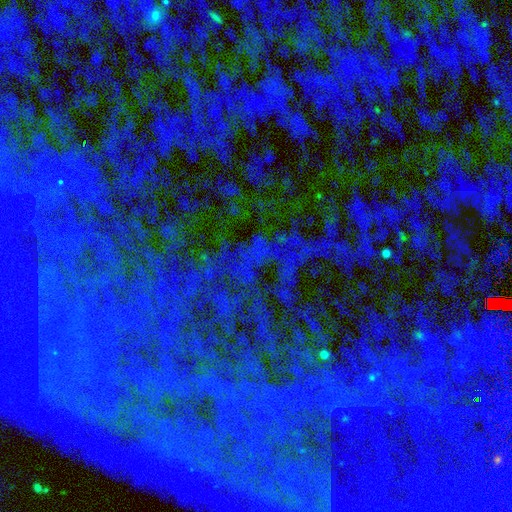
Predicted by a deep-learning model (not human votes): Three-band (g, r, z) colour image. It shows a star or artifact, not a galaxy (84%).